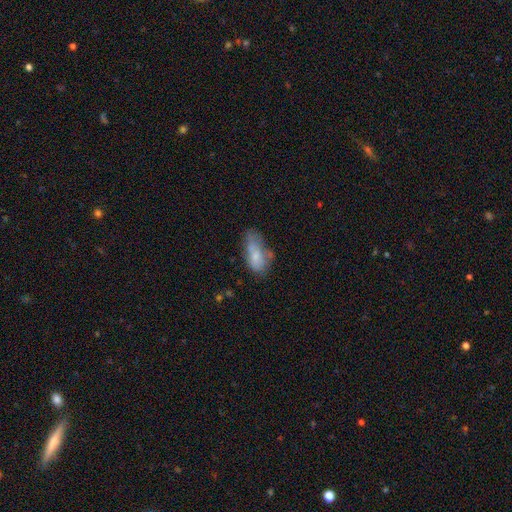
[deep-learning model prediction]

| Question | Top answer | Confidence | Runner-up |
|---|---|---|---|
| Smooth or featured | smooth | 70% | featured or disk (21%) |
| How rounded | in between | 85% | cigar-shaped (10%) |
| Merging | minor disturbance | 33% | none (32%) |